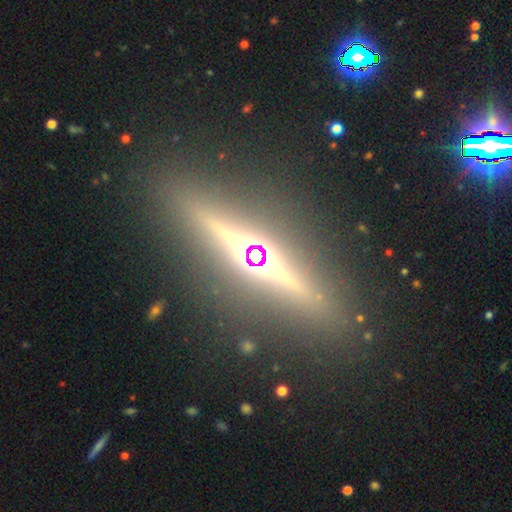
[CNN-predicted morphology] Overall: featured or disk (75%). Edge-on disk: yes (95%). Edge-on bulge: rounded (87%). Merging: none (88%).